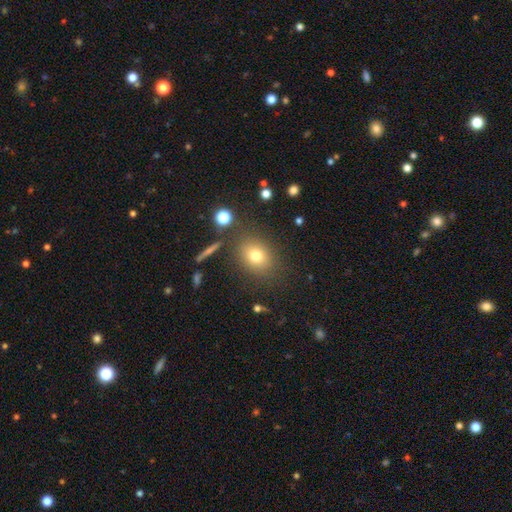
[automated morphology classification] Smooth or featured: smooth — 73% (star or artifact — 15%)
How rounded: round — 60% (in between — 39%)
Merging: none — 81% (minor disturbance — 10%)